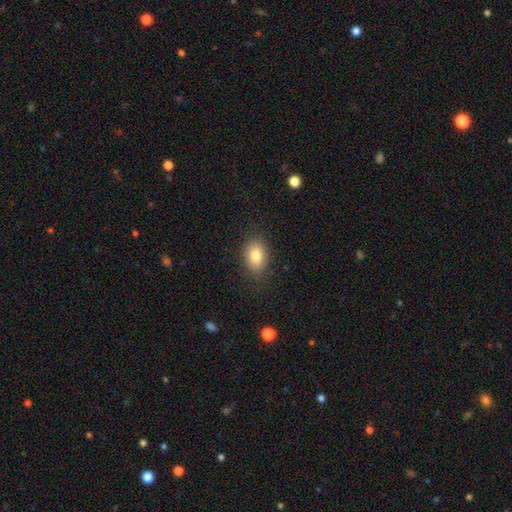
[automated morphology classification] This appears to be a smooth galaxy with no disk features (82%) that is in between round and cigar-shaped (76%). Merging: none (84%).